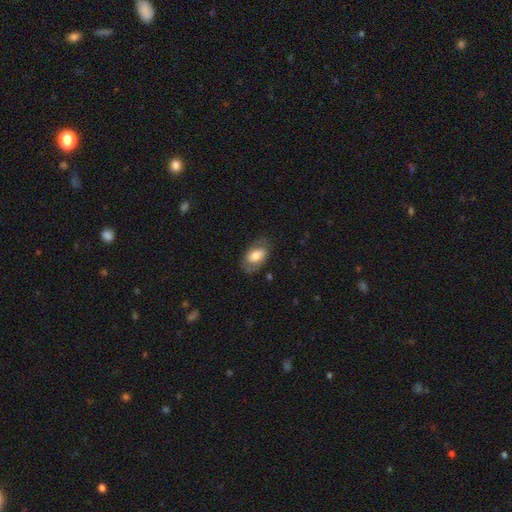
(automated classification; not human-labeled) A smooth galaxy with no disk features (61%) that is in between round and cigar-shaped (90%).

Vote fractions:
- Smooth or featured? smooth: 61% / featured or disk: 32% / star or artifact: 7%
- How rounded? in between: 90% / round: 9% / cigar-shaped: 2%
- Merging? none: 68% / minor disturbance: 22% / major disturbance: 9% / merger: 1%